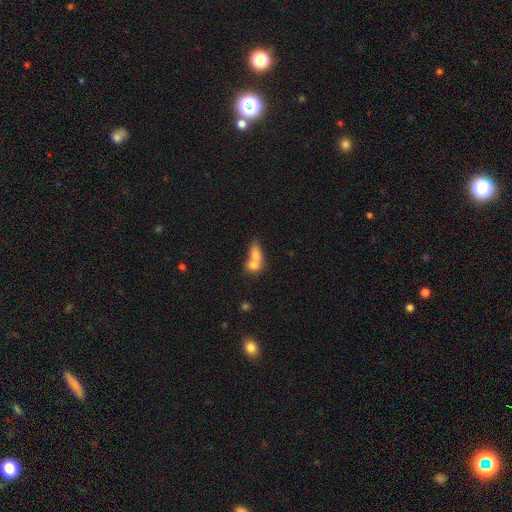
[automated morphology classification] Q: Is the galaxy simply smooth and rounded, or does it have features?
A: smooth — 72%.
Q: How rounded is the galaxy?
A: in between — 67%.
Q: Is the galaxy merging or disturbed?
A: merger — 74%.